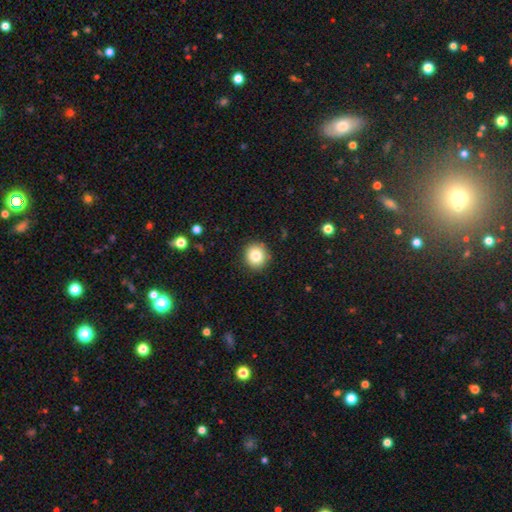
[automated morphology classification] This appears to be a smooth galaxy with no disk features (83%) that is round (90%). Merging: none (90%).